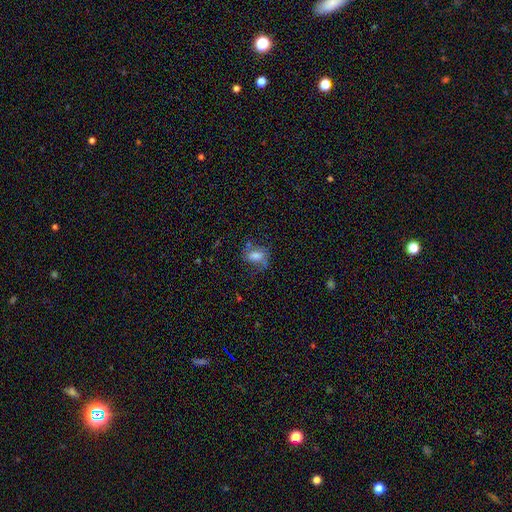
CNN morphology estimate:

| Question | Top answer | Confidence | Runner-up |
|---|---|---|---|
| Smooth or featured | smooth | 56% | featured or disk (30%) |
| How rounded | in between | 74% | round (23%) |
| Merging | none | 49% | minor disturbance (25%) |